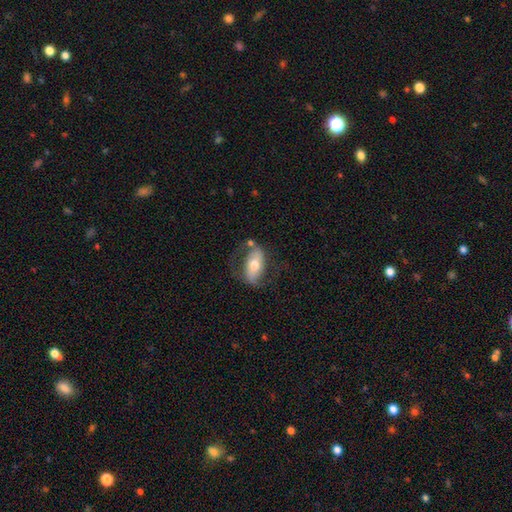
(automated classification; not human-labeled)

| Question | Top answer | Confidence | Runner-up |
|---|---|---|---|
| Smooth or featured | featured or disk | 55% | smooth (39%) |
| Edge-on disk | no | 88% | yes (12%) |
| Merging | none | 58% | minor disturbance (21%) |